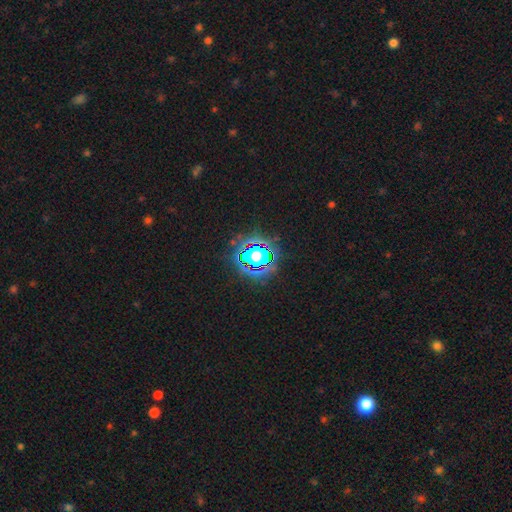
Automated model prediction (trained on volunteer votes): Morphology: type=star or artifact (60%).